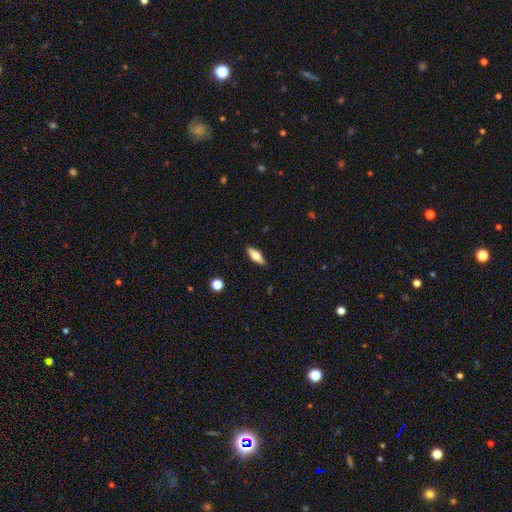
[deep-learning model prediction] Smooth or featured: smooth — 55% (featured or disk — 38%)
How rounded: in between — 62% (cigar-shaped — 35%)
Merging: none — 89% (minor disturbance — 8%)